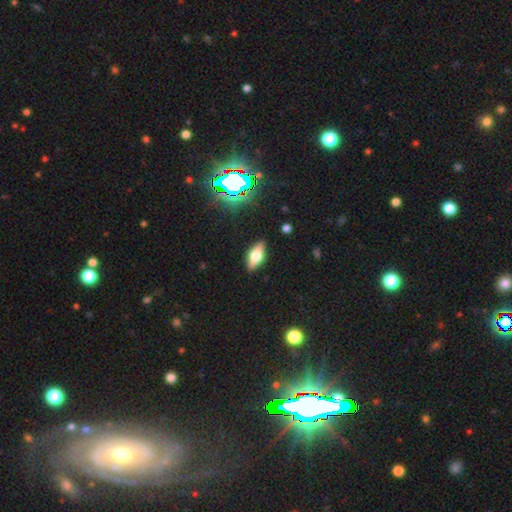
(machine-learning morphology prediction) Smooth or featured? featured or disk (45%)
Merging? none (86%)